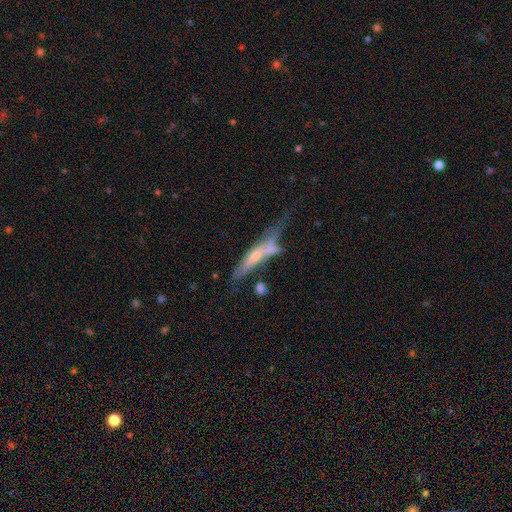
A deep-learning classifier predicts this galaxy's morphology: A featured or disk galaxy (56%) viewed edge-on (69%).

Vote fractions:
- Smooth or featured? featured or disk: 56% / smooth: 35% / star or artifact: 8%
- Edge-on disk? yes: 69% / no: 31%
- Merging? none: 29% / major disturbance: 25% / merger: 24% / minor disturbance: 22%